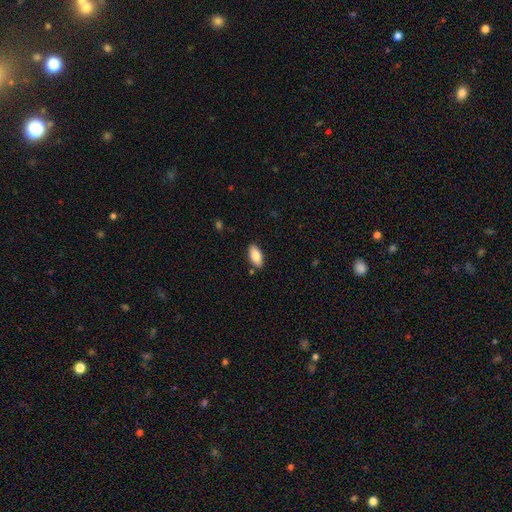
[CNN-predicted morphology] smooth_or_featured: smooth (p=0.85) [alt: featured or disk p=0.08]
how_rounded: in between (p=0.91) [alt: cigar-shaped p=0.07]
merging: none (p=0.86) [alt: minor disturbance p=0.10]